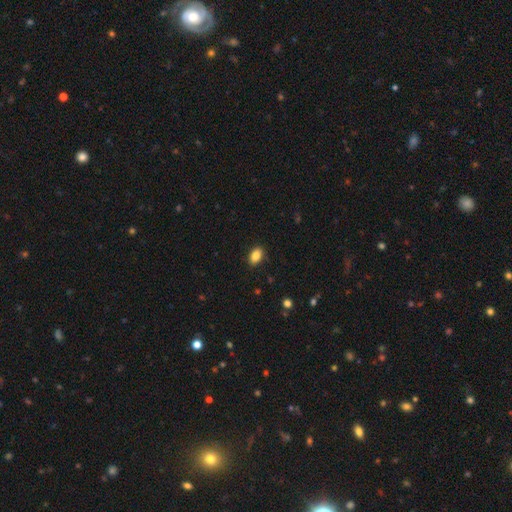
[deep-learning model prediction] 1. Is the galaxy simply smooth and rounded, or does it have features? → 85% smooth, 8% star or artifact, 6% featured or disk.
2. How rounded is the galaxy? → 87% in between, 12% round, 2% cigar-shaped.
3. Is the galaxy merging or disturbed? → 88% none, 9% minor disturbance, 2% major disturbance, 1% merger.